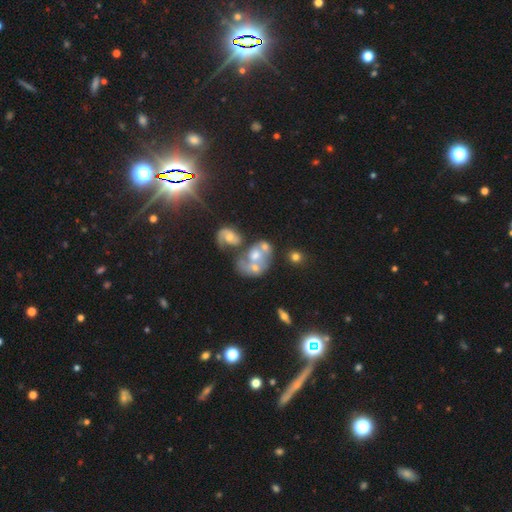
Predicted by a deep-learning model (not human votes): smooth_or_featured: featured or disk (p=0.56) [alt: smooth p=0.28]
disk_edge_on: no (p=0.97) [alt: yes p=0.03]
bar: no (p=0.81) [alt: weak p=0.15]
has_spiral_arms: no (p=0.62) [alt: yes p=0.38]
bulge_size: moderate (p=0.52) [alt: small p=0.23]
merging: merger (p=0.65) [alt: none p=0.15]